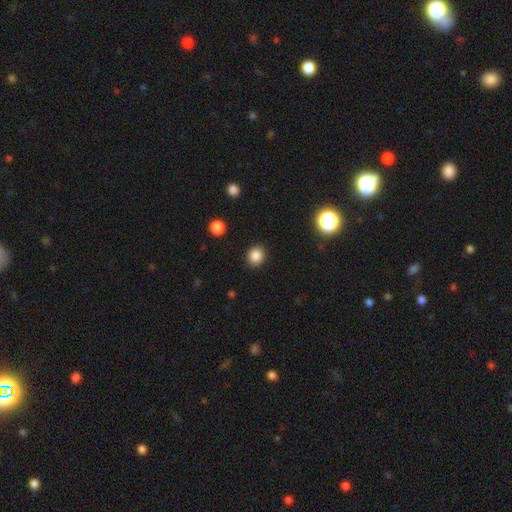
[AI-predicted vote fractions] smooth_or_featured: smooth (p=0.86) [alt: star or artifact p=0.11]
how_rounded: round (p=0.80) [alt: in between p=0.19]
merging: none (p=0.90) [alt: minor disturbance p=0.06]